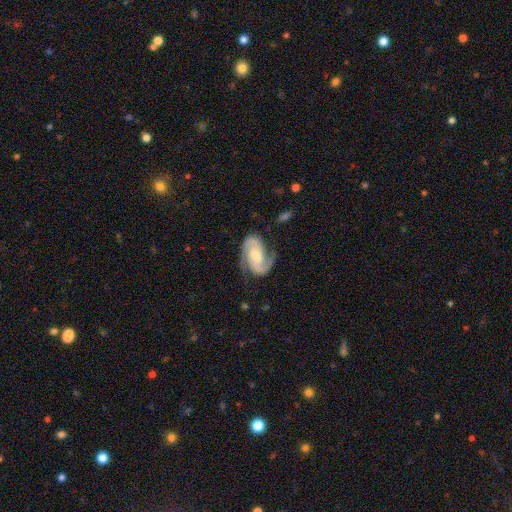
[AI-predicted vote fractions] This appears to be a featured or disk galaxy (91%) with a weak bar (41%), 2 (93%) medium (53%) spiral arms (98%) and a moderate central bulge (46%). Merging: none (74%).